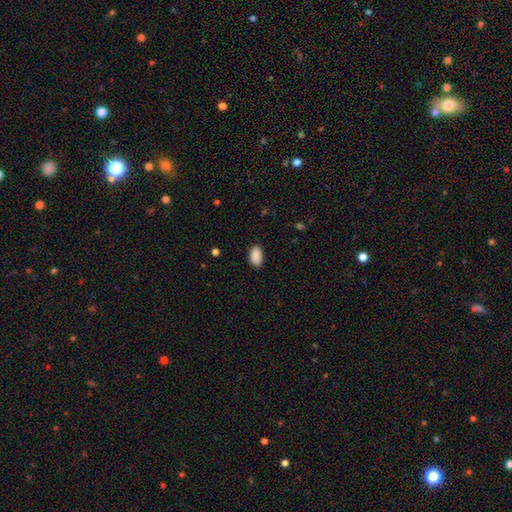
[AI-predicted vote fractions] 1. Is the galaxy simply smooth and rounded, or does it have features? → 90% smooth, 7% star or artifact, 2% featured or disk.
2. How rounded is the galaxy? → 94% in between, 5% round, 1% cigar-shaped.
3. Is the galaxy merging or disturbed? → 89% none, 8% minor disturbance, 2% major disturbance, 1% merger.